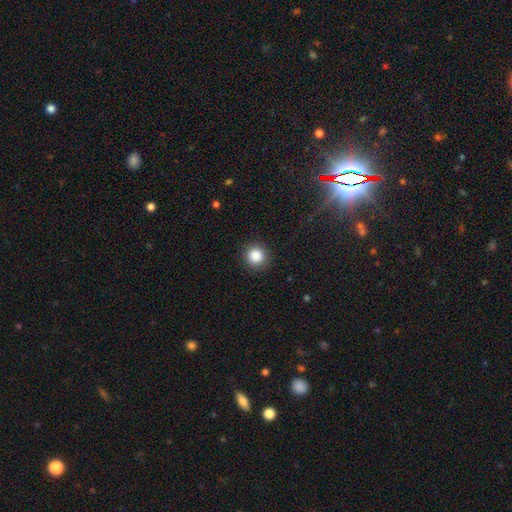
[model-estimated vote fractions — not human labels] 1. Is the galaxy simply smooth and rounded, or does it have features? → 86% smooth, 10% star or artifact, 4% featured or disk.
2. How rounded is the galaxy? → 93% round, 6% in between, 1% cigar-shaped.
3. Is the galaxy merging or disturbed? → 91% none, 6% minor disturbance, 2% major disturbance, 1% merger.